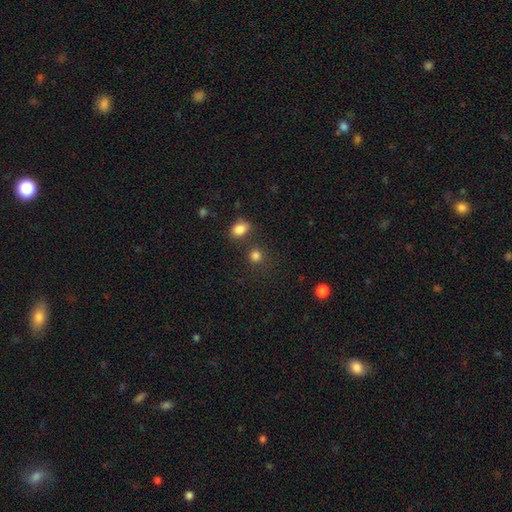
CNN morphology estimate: Smooth or featured? smooth (82%)
How rounded? round (84%)
Merging? none (73%)